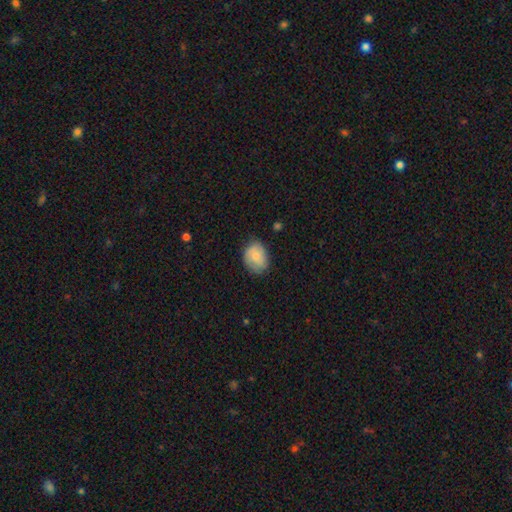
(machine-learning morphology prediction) smooth_or_featured: smooth (p=0.71) [alt: featured or disk p=0.22]
how_rounded: in between (p=0.56) [alt: round p=0.43]
merging: none (p=0.66) [alt: minor disturbance p=0.26]